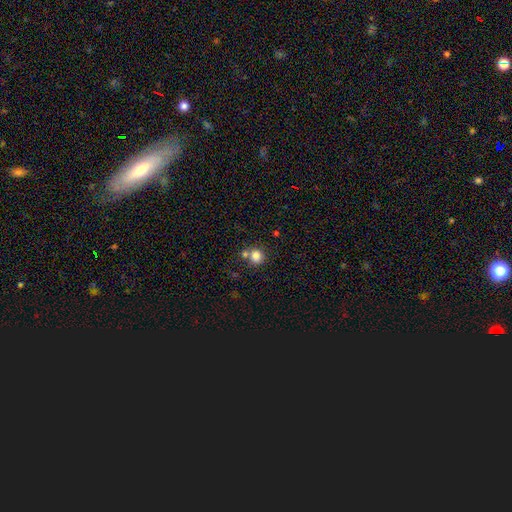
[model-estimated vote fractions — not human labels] A smooth galaxy with no disk features (82%) that is round (84%).

Vote fractions:
- Smooth or featured? smooth: 82% / star or artifact: 11% / featured or disk: 7%
- How rounded? round: 84% / in between: 15% / cigar-shaped: 1%
- Merging? none: 61% / merger: 26% / minor disturbance: 10% / major disturbance: 4%